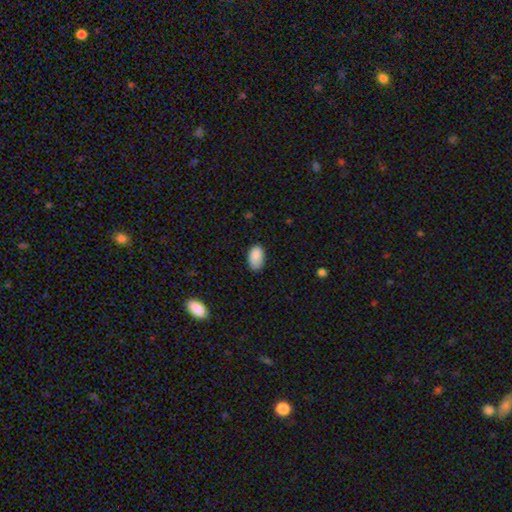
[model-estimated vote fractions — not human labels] A smooth galaxy with no disk features (89%) that is in between round and cigar-shaped (93%).

Vote fractions:
- Smooth or featured? smooth: 89% / star or artifact: 8% / featured or disk: 4%
- How rounded? in between: 93% / round: 6% / cigar-shaped: 1%
- Merging? none: 77% / minor disturbance: 19% / major disturbance: 3% / merger: 1%